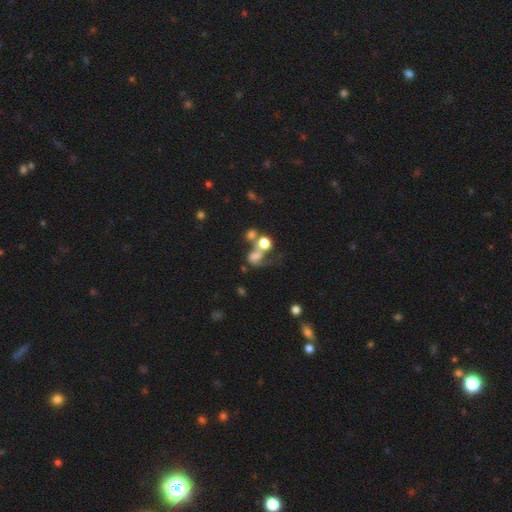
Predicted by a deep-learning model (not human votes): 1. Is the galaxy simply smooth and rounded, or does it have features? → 51% smooth, 32% featured or disk, 17% star or artifact.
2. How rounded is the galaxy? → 57% round, 41% in between, 2% cigar-shaped.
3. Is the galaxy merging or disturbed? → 45% merger, 26% major disturbance, 19% none, 10% minor disturbance.